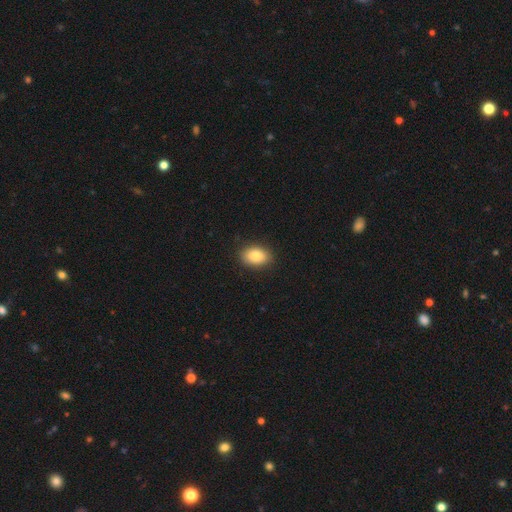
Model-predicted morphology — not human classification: This is clearly a smooth galaxy (84%). How rounded: clearly in between (84%). Merging: clearly none (89%).